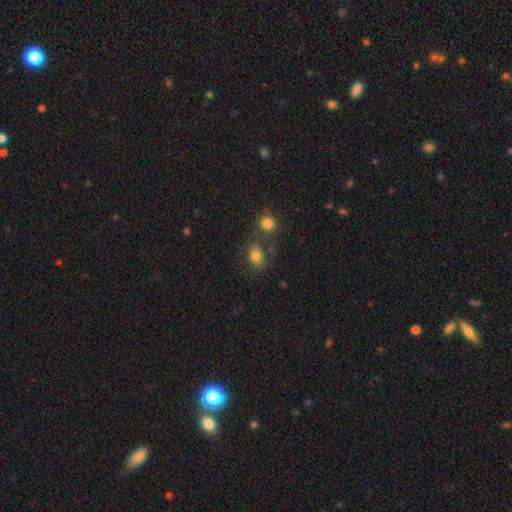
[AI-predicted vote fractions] smooth_or_featured: smooth (p=0.78) [alt: star or artifact p=0.13]
how_rounded: in between (p=0.56) [alt: round p=0.43]
merging: none (p=0.56) [alt: merger p=0.23]